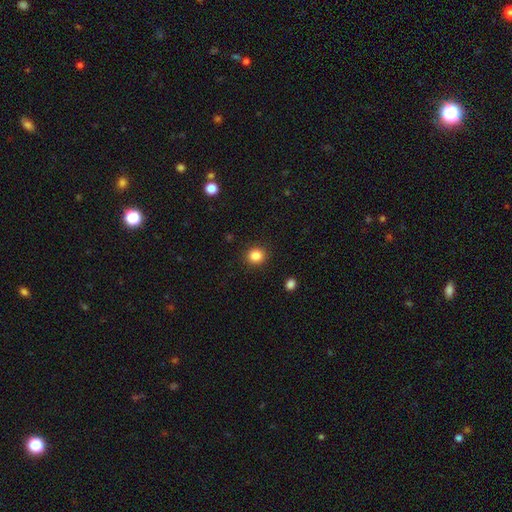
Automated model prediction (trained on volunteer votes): Overall: smooth (85%). How rounded: round (88%). Merging: none (91%).